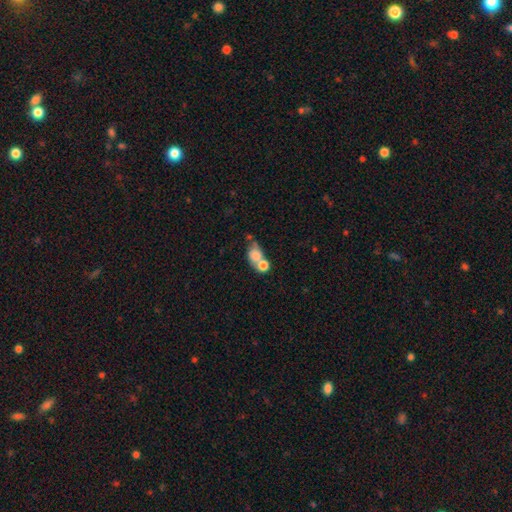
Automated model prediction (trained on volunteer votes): This appears to be a smooth galaxy with no disk features (73%) that is in between round and cigar-shaped (51%). Merging: merger (58%).